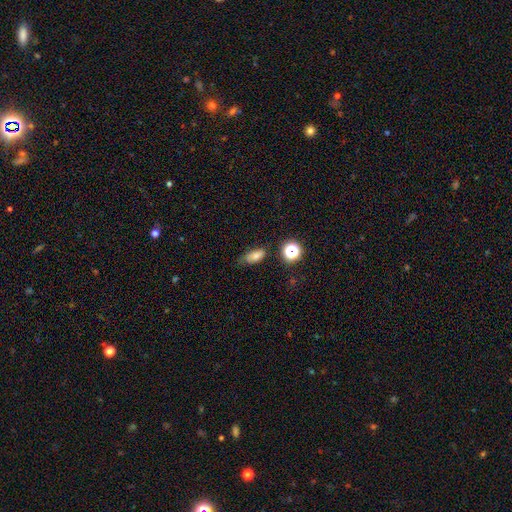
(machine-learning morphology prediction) Smooth or featured? smooth (72%)
How rounded? in between (81%)
Merging? none (54%)